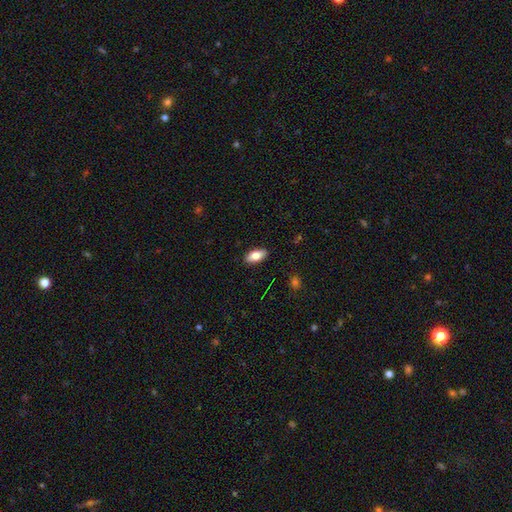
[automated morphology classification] smooth-or-featured: smooth: 81% | featured or disk: 12% | star or artifact: 7%
  how-rounded: in between: 91% | cigar-shaped: 7% | round: 3%
  merging: none: 89% | minor disturbance: 8% | major disturbance: 2% | merger: 1%